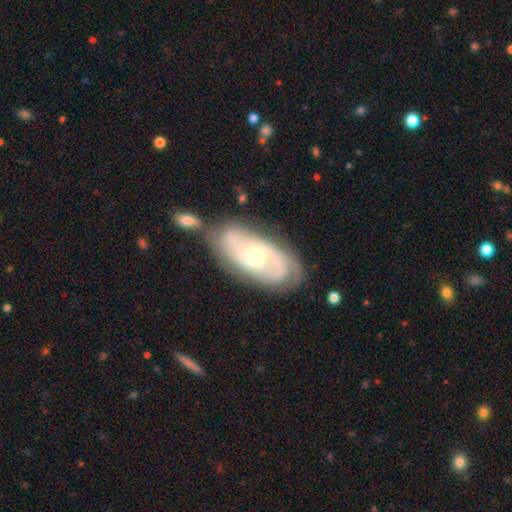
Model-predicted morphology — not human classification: smooth_or_featured: featured or disk (p=0.81) [alt: smooth p=0.14]
disk_edge_on: no (p=0.94) [alt: yes p=0.06]
bar: no (p=0.53) [alt: weak p=0.38]
has_spiral_arms: yes (p=0.92) [alt: no p=0.08]
spiral_winding: tight (p=0.46) [alt: medium p=0.39]
spiral_arm_count: 2 (p=0.62) [alt: can't tell p=0.21]
bulge_size: moderate (p=0.63) [alt: small p=0.32]
merging: none (p=0.65) [alt: minor disturbance p=0.18]